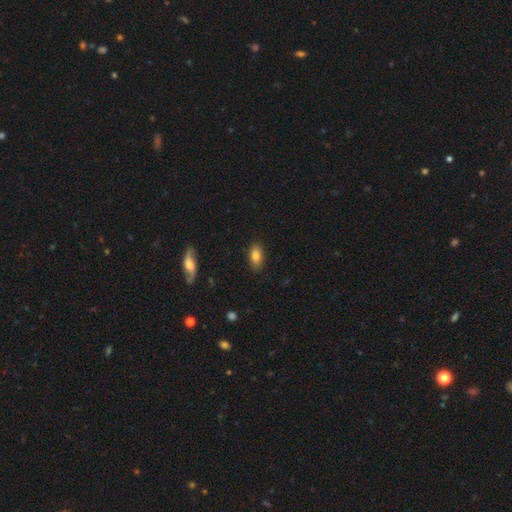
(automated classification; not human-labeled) Morphology: type=smooth (80%); roundness=in between (89%); merging=none (86%).